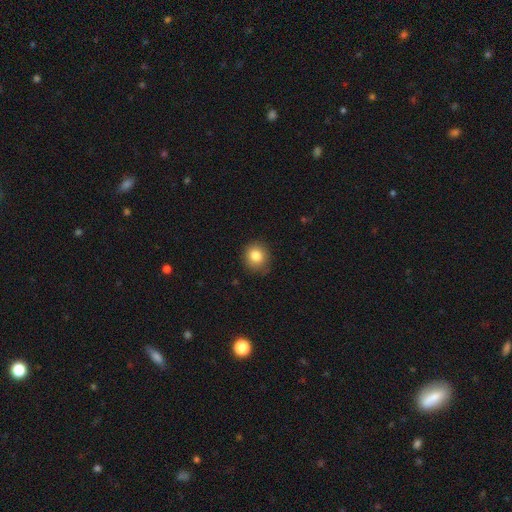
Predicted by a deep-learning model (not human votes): A smooth galaxy with no disk features (83%) that is round (86%).

Vote fractions:
- Smooth or featured? smooth: 83% / star or artifact: 10% / featured or disk: 7%
- How rounded? round: 86% / in between: 13% / cigar-shaped: 1%
- Merging? none: 86% / minor disturbance: 11% / major disturbance: 2% / merger: 1%